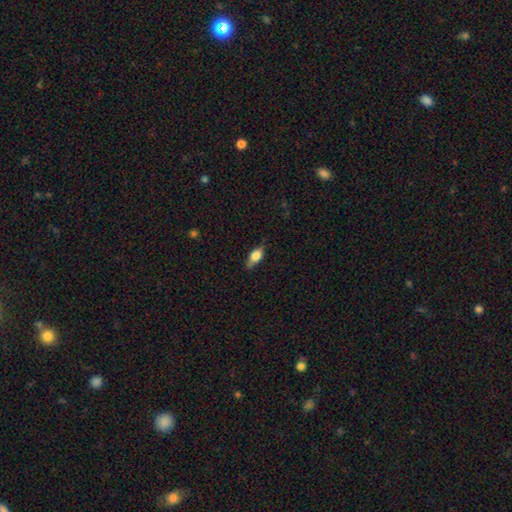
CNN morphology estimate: smooth 72%, featured or disk 21%, star or artifact 8%. Down the decision tree: how rounded — in between (83%); merging — none (73%).